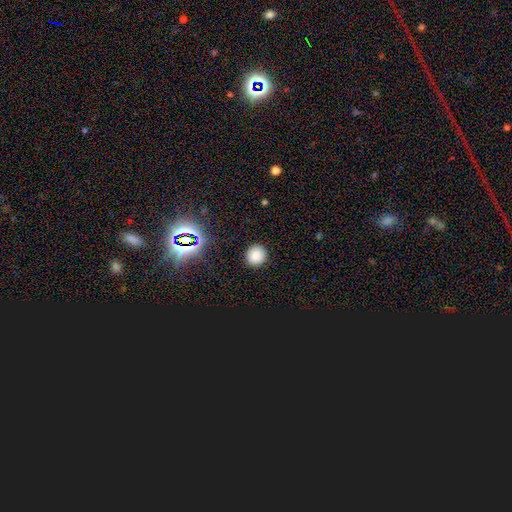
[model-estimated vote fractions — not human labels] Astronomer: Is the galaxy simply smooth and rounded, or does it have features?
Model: smooth — 81%.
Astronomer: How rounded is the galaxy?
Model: round — 90%.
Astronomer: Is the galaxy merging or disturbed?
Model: none — 90%.